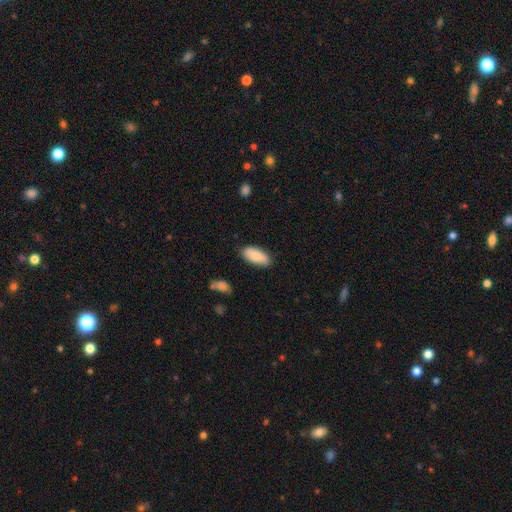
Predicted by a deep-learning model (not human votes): The model was most divided on "smooth or featured": smooth: 81%, featured or disk: 13%, star or artifact: 6%. More confident: how rounded — in between (91%); merging — none (83%).